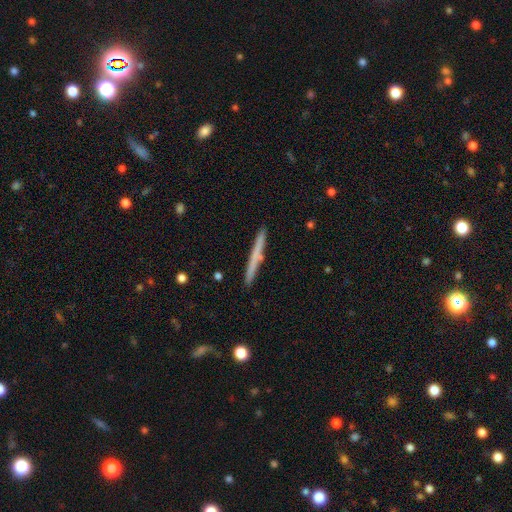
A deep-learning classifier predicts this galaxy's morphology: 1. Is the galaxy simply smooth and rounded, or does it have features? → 54% smooth, 40% featured or disk, 6% star or artifact.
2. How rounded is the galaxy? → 97% cigar-shaped, 2% in between, 1% round.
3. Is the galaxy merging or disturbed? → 90% none, 7% minor disturbance, 1% merger, 1% major disturbance.